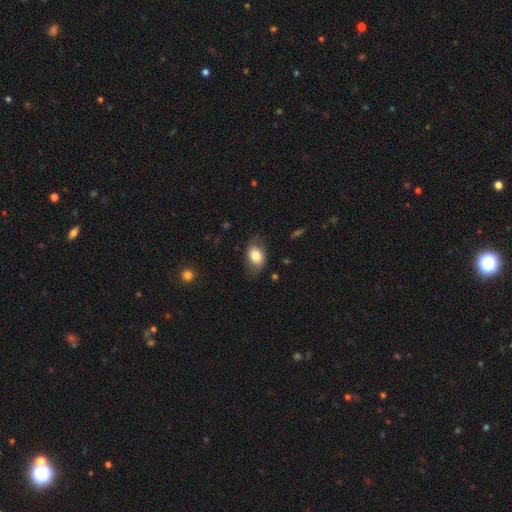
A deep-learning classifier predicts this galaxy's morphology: type=smooth (80%); roundness=in between (79%); merging=none (73%).